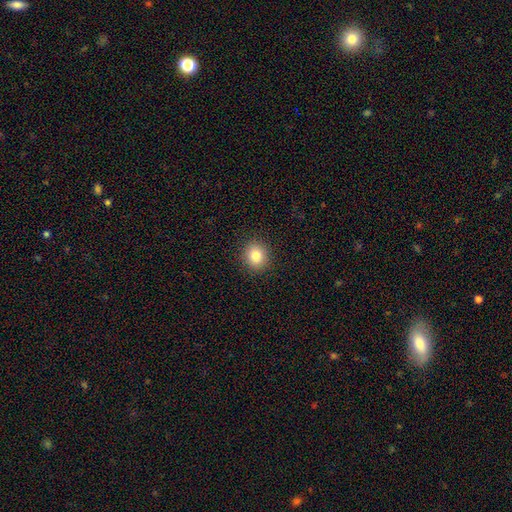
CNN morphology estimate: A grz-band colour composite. It shows a smooth galaxy with no disk features (83%) that is round (79%). Merging: none (91%).